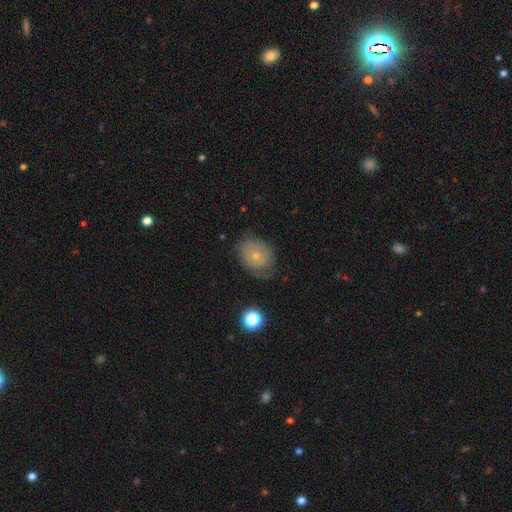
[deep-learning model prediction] Smooth or featured? Predicted: smooth (p=0.50). Merging? Predicted: none (p=0.60).